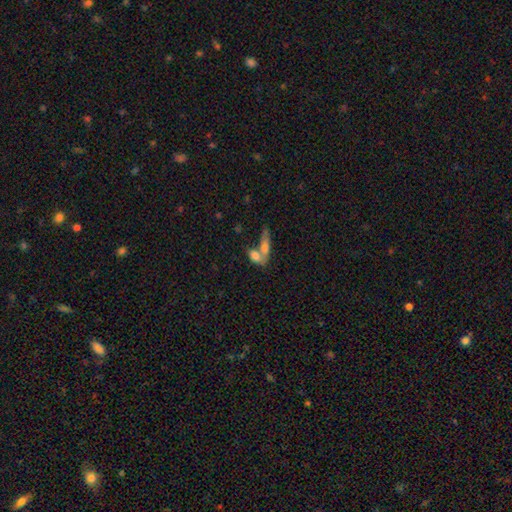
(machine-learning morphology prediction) Q: Smooth or featured?
A: smooth (73%); runner-up: featured or disk (19%)
Q: How rounded?
A: in between (76%); runner-up: cigar-shaped (18%)
Q: Merging?
A: merger (63%); runner-up: none (25%)